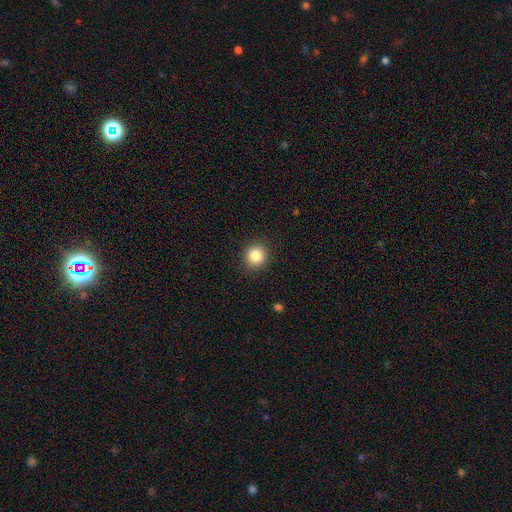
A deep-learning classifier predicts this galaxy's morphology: Smooth or featured?
  - smooth: 85% *
  - star or artifact: 10%
  - featured or disk: 5%
How rounded?
  - round: 92% *
  - in between: 7%
  - cigar-shaped: 1%
Merging?
  - none: 91% *
  - minor disturbance: 6%
  - major disturbance: 2%
  - merger: 1%